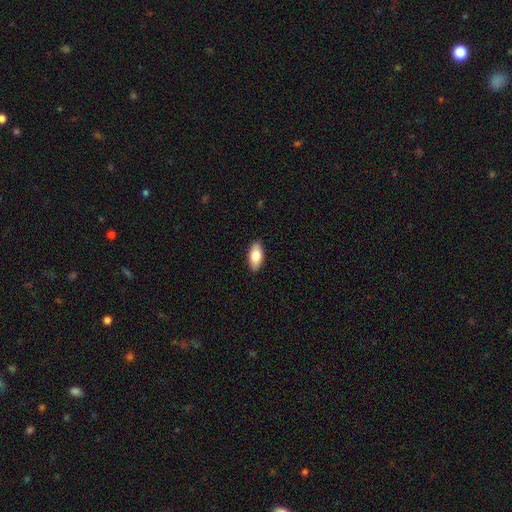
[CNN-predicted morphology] type=smooth (81%); roundness=in between (92%); merging=none (90%).